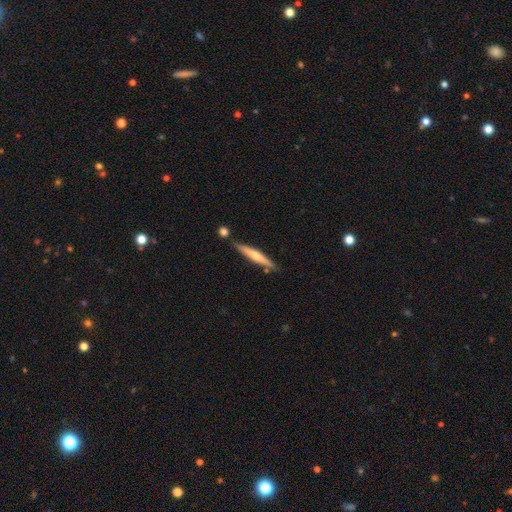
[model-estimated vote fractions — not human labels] Smooth or featured? Predicted: smooth (p=0.49). Merging? Predicted: none (p=0.79).